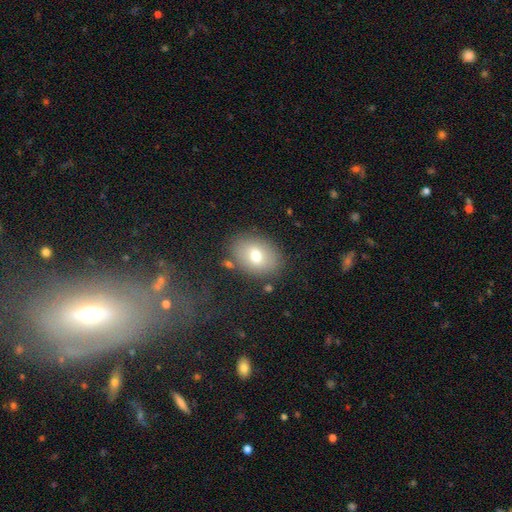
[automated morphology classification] smooth_or_featured: smooth (p=0.72) [alt: featured or disk p=0.18]
how_rounded: in between (p=0.71) [alt: round p=0.28]
merging: none (p=0.81) [alt: minor disturbance p=0.11]